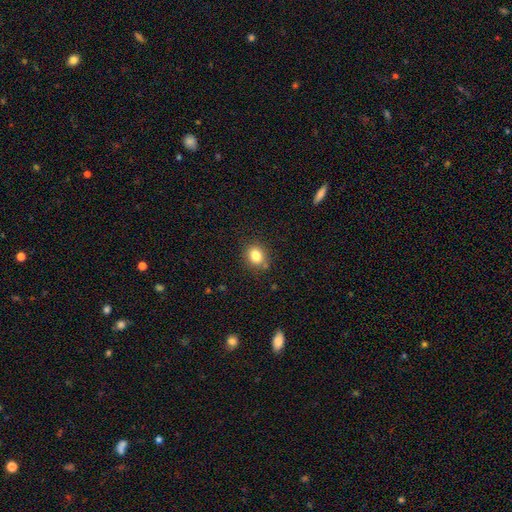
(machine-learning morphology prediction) Q: Smooth or featured?
A: smooth (82%); runner-up: star or artifact (11%)
Q: How rounded?
A: round (56%); runner-up: in between (43%)
Q: Merging?
A: none (81%); runner-up: minor disturbance (13%)